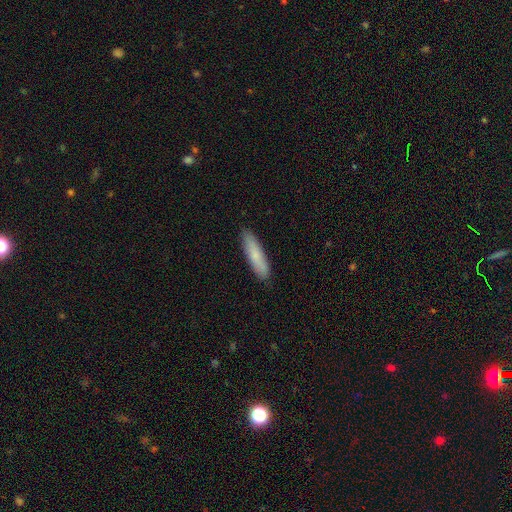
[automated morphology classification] smooth 79%, featured or disk 15%, star or artifact 6%. Down the decision tree: how rounded — cigar-shaped (78%); merging — none (89%).